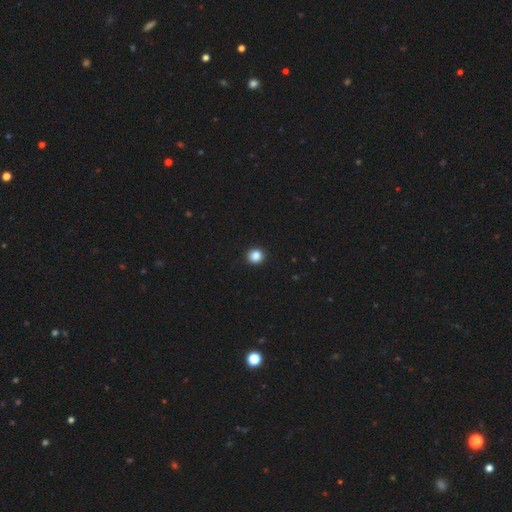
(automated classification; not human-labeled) Q: Smooth or featured?
A: smooth (86%); runner-up: star or artifact (11%)
Q: How rounded?
A: round (92%); runner-up: in between (7%)
Q: Merging?
A: none (94%); runner-up: minor disturbance (4%)